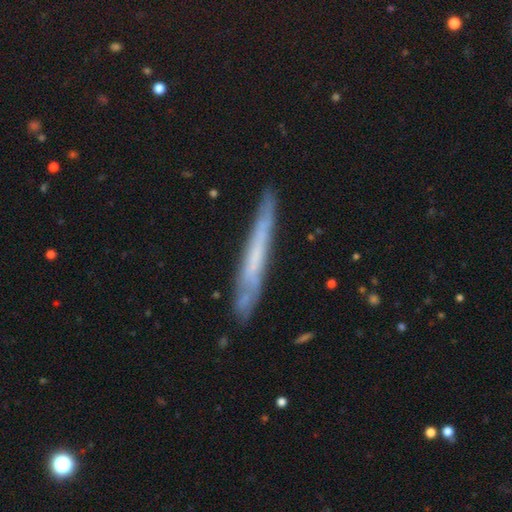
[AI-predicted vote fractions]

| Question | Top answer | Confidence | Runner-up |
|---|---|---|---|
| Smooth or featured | featured or disk | 51% | smooth (42%) |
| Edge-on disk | yes | 87% | no (13%) |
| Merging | none | 81% | minor disturbance (14%) |